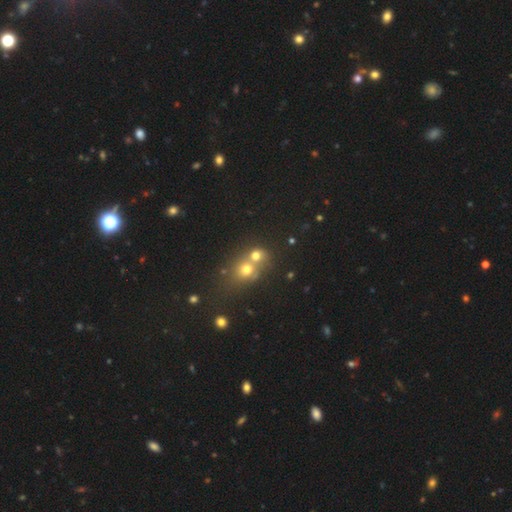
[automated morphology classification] A smooth galaxy with no disk features (68%) that is round (74%).

Vote fractions:
- Smooth or featured? smooth: 68% / star or artifact: 18% / featured or disk: 14%
- How rounded? round: 74% / in between: 25% / cigar-shaped: 1%
- Merging? merger: 56% / none: 34% / minor disturbance: 6% / major disturbance: 3%